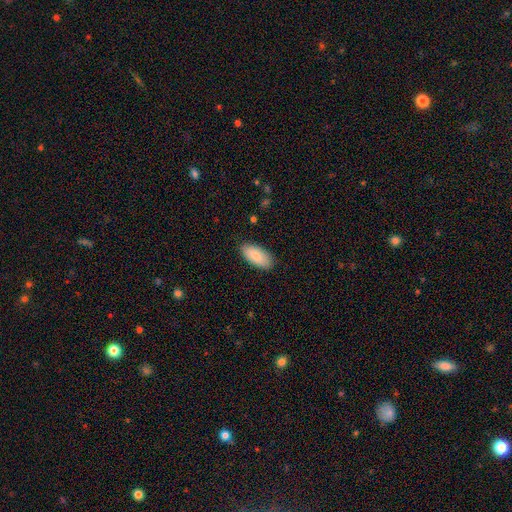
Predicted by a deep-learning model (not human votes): A smooth galaxy with no disk features (86%) that is in between round and cigar-shaped (91%). Merging: none (86%).